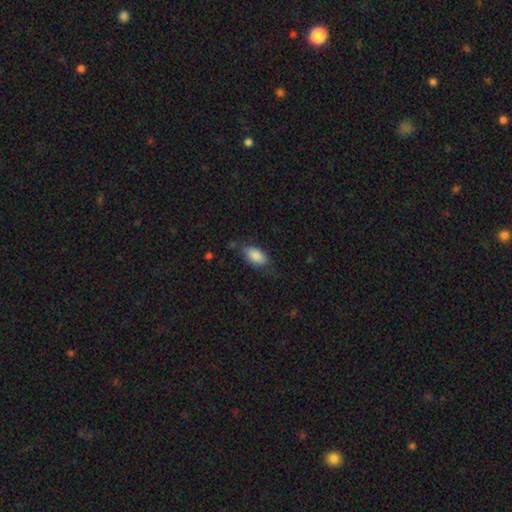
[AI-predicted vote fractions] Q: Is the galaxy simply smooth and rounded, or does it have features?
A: smooth — 84%.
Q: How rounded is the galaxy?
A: in between — 91%.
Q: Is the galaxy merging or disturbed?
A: none — 61%.